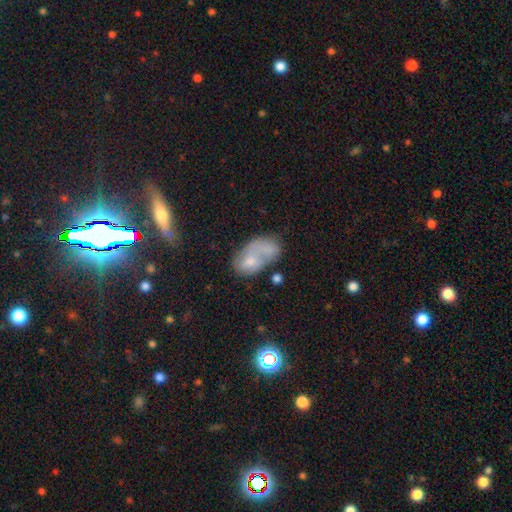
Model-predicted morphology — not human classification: smooth 52%, featured or disk 37%, star or artifact 12%. Down the decision tree: how rounded — in between (89%); merging — none (30%).